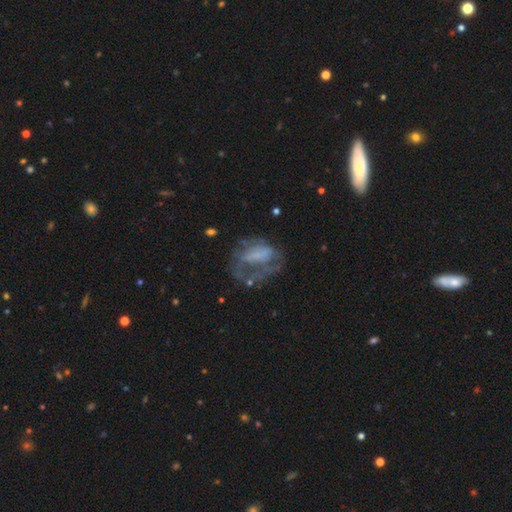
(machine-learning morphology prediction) smooth_or_featured: featured or disk (p=0.57) [alt: smooth p=0.30]
disk_edge_on: no (p=0.96) [alt: yes p=0.04]
bar: no (p=0.60) [alt: weak p=0.25]
has_spiral_arms: no (p=0.60) [alt: yes p=0.40]
bulge_size: none (p=0.57) [alt: small p=0.20]
merging: major disturbance (p=0.44) [alt: none p=0.32]